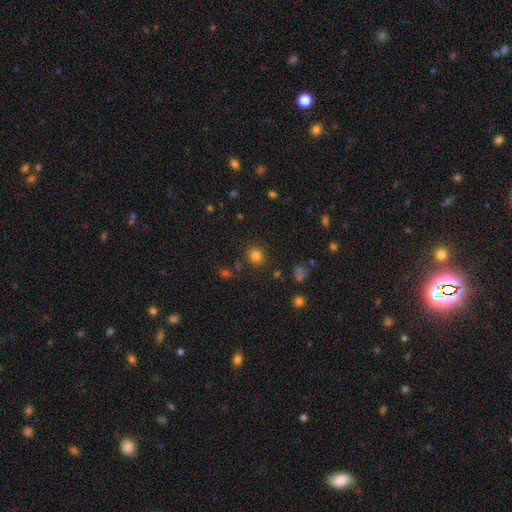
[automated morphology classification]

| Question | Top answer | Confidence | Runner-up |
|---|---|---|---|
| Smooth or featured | smooth | 81% | star or artifact (14%) |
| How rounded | round | 89% | in between (10%) |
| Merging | none | 85% | minor disturbance (8%) |